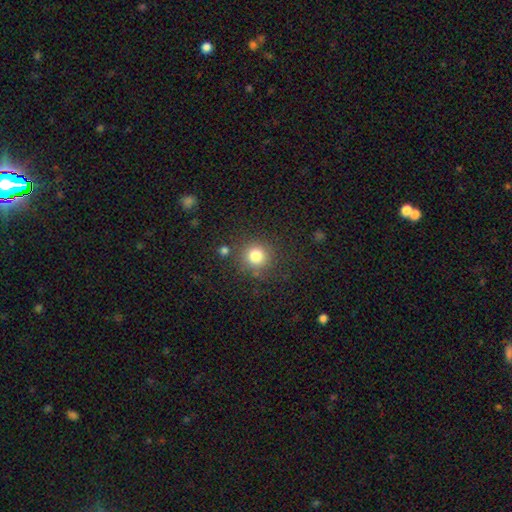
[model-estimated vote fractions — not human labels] This appears to be a smooth galaxy with no disk features (81%) that is round (93%). Merging: none (84%).